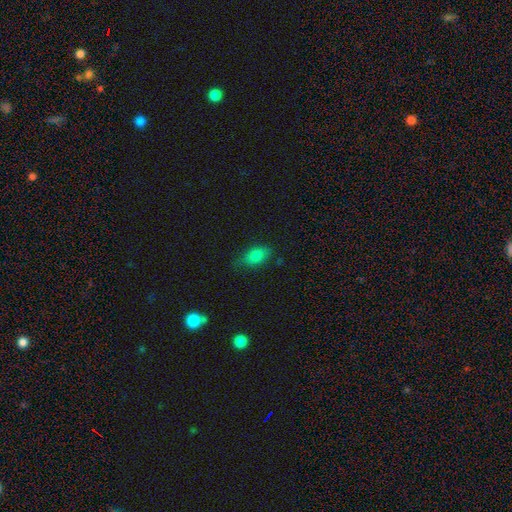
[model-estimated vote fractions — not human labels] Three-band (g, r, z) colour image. It shows a smooth galaxy with no disk features (82%) that is in between round and cigar-shaped (86%). Merging: none (70%).